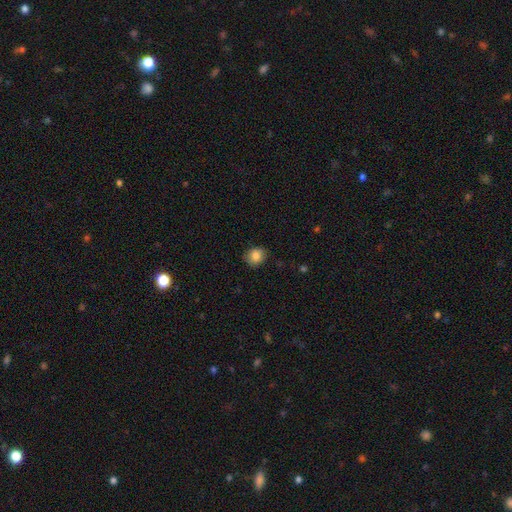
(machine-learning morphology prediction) Smooth or featured? Predicted: smooth (p=0.83). How rounded? Predicted: round (p=0.65). Merging? Predicted: none (p=0.86).